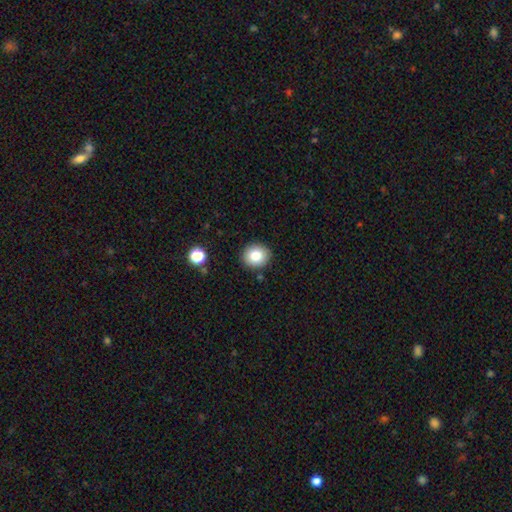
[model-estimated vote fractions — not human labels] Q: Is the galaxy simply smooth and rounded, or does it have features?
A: smooth — 83%.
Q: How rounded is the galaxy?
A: round — 80%.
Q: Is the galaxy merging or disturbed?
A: none — 88%.